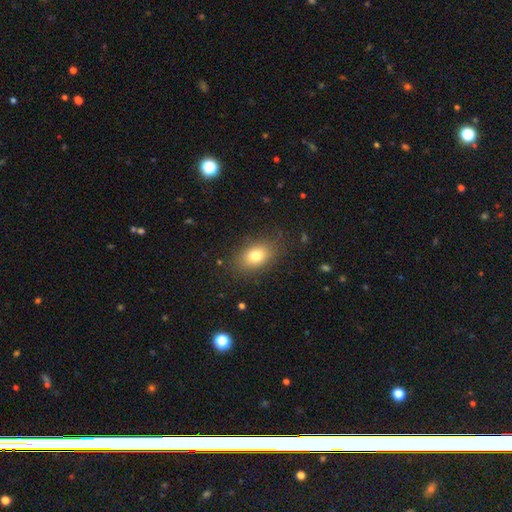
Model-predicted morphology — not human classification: type=smooth (78%); roundness=in between (79%); merging=none (85%).